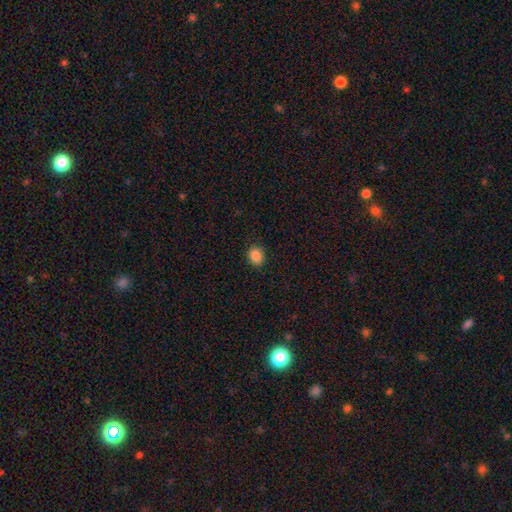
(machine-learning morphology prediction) This appears to be a smooth galaxy with no disk features (87%) that is round (56%). Merging: none (88%).